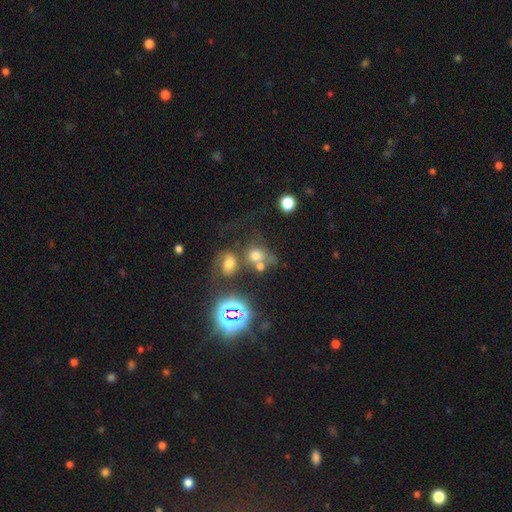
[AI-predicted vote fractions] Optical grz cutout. It shows a smooth galaxy with no disk features (62%) that is round (59%). Merging: merger (38%).